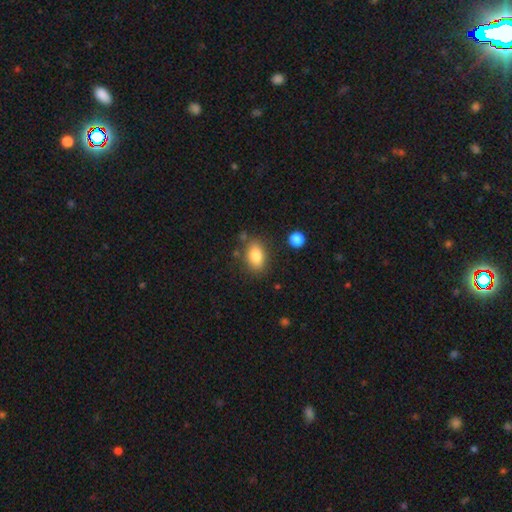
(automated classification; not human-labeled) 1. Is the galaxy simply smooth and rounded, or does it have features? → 81% smooth, 11% featured or disk, 8% star or artifact.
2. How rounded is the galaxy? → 85% in between, 12% round, 3% cigar-shaped.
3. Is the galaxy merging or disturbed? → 78% none, 14% minor disturbance, 4% merger, 4% major disturbance.